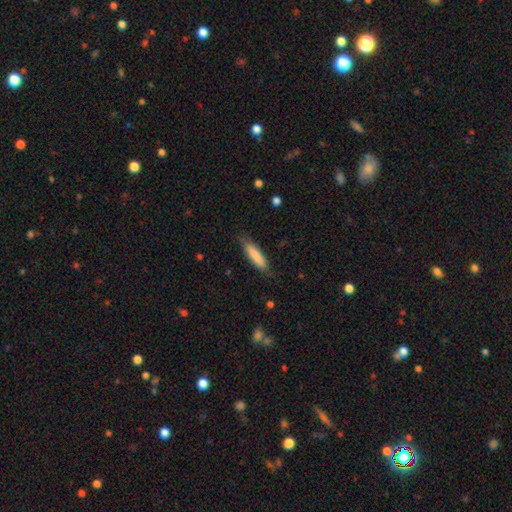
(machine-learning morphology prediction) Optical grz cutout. It shows a smooth galaxy with no disk features (83%) that is cigar-shaped (73%). Merging: none (80%).